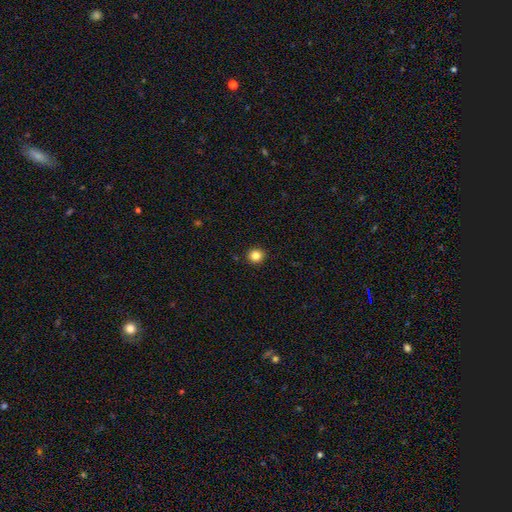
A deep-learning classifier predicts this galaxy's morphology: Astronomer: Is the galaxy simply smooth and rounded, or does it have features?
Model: smooth — 84%.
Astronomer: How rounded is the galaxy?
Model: round — 89%.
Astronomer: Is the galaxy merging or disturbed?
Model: none — 92%.